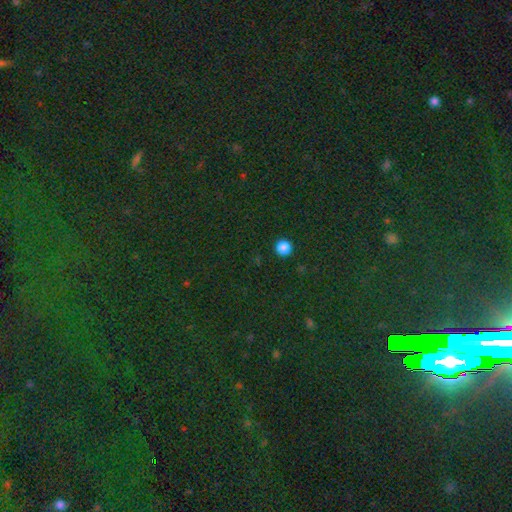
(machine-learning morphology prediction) Overall: star or artifact (81%).